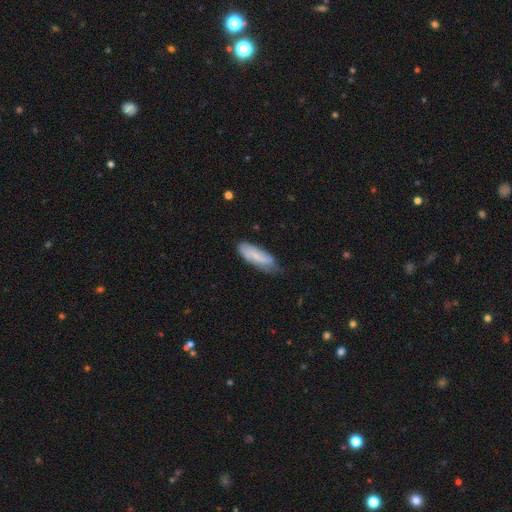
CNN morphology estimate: smooth 60%, featured or disk 33%, star or artifact 7%. Down the decision tree: how rounded — in between (66%); merging — none (51%).